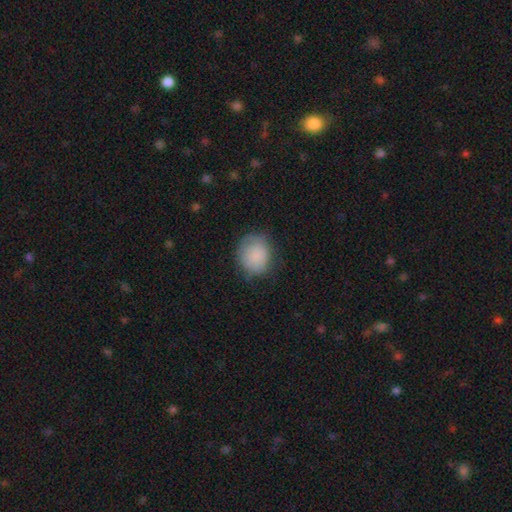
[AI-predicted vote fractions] Morphology: type=smooth (84%); roundness=round (76%); merging=none (70%).